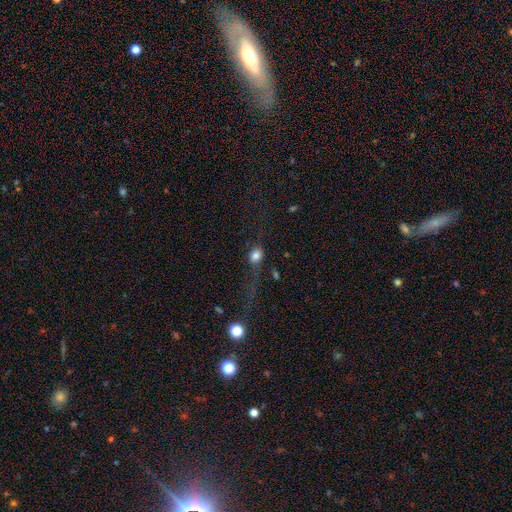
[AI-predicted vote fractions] smooth_or_featured: smooth (p=0.69) [alt: featured or disk p=0.18]
how_rounded: in between (p=0.49) [alt: round p=0.46]
merging: none (p=0.40) [alt: major disturbance p=0.37]